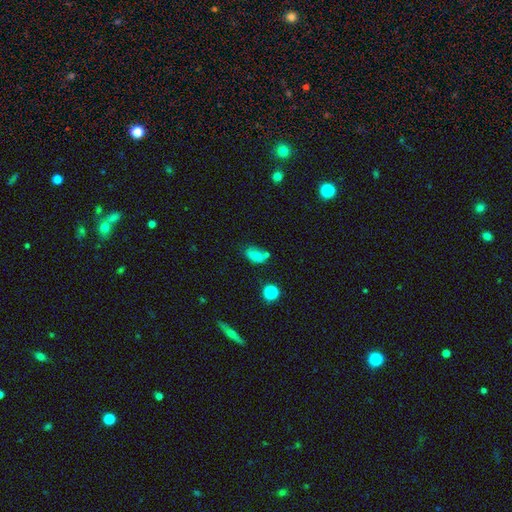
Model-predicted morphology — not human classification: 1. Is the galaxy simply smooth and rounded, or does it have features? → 75% smooth, 14% star or artifact, 11% featured or disk.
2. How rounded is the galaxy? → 84% in between, 13% round, 2% cigar-shaped.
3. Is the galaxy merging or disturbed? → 51% none, 25% minor disturbance, 15% merger, 9% major disturbance.